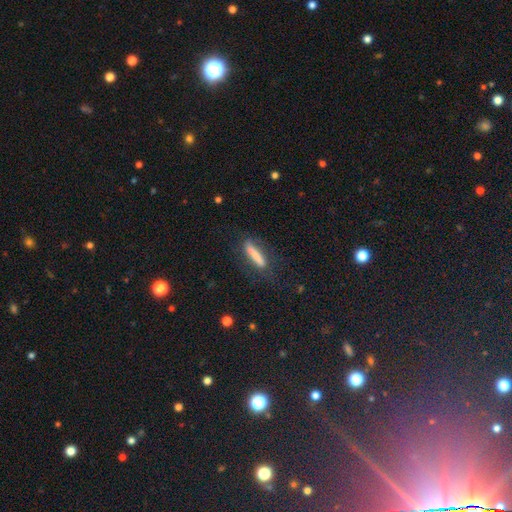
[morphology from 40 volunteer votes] smooth-or-featured: smooth: 78% | featured or disk: 18% | star or artifact: 5%
  how-rounded: cigar-shaped: 94% | round: 3% | in between: 3%
  merging: none: 63% | major disturbance: 21% | minor disturbance: 16% | merger: 0%